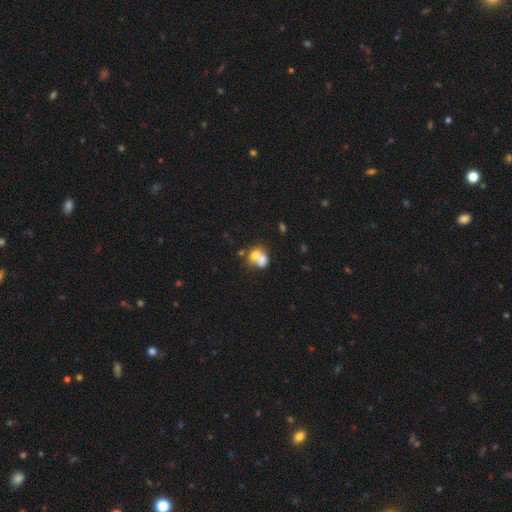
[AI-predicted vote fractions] Q: Smooth or featured?
A: smooth (64%); runner-up: featured or disk (26%)
Q: How rounded?
A: round (55%); runner-up: in between (44%)
Q: Merging?
A: merger (66%); runner-up: none (21%)